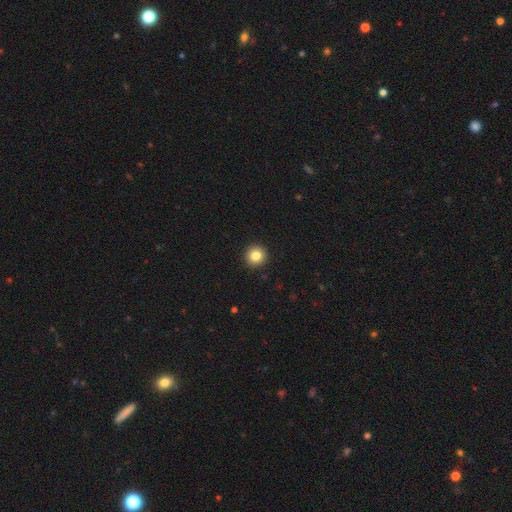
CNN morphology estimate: This is clearly a smooth galaxy (83%). How rounded: clearly round (95%). Merging: clearly none (93%).